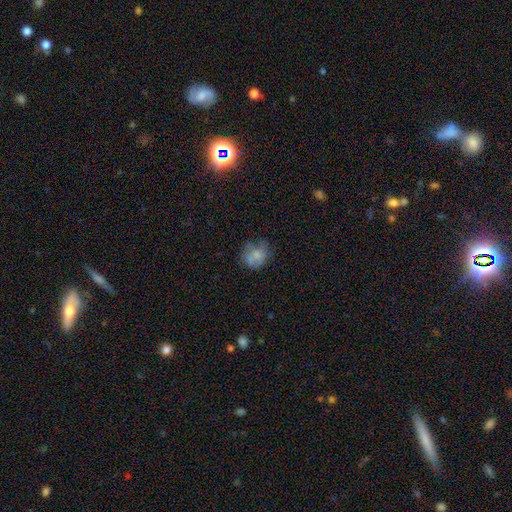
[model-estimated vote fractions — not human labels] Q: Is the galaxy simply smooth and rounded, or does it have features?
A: smooth — 61%.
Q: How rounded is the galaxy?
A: round — 70%.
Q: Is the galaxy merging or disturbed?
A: none — 50%.